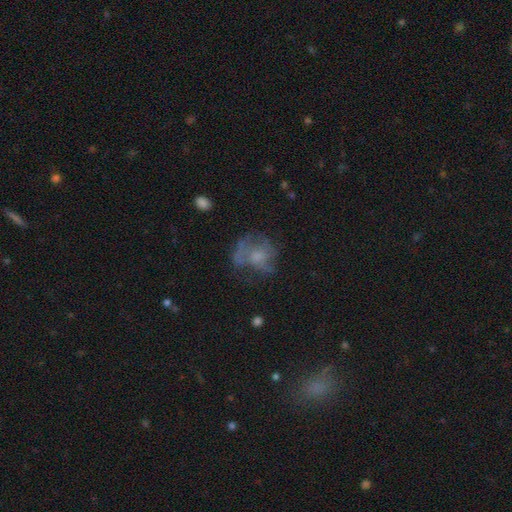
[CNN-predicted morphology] Smooth or featured: featured or disk — 47% (smooth — 39%)
Merging: none — 43% (major disturbance — 32%)